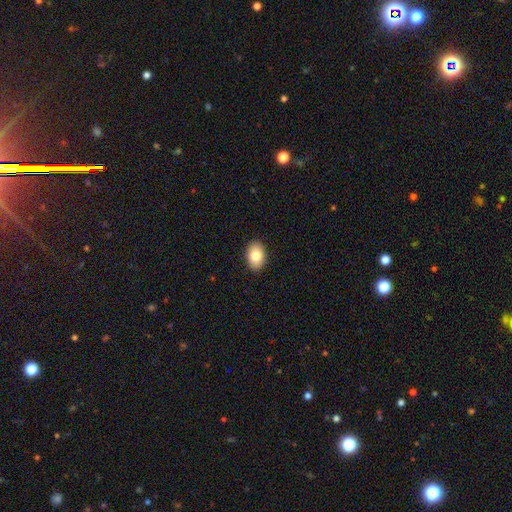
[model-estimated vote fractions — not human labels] smooth 83%, featured or disk 10%, star or artifact 8%. Down the decision tree: how rounded — in between (82%); merging — none (90%).